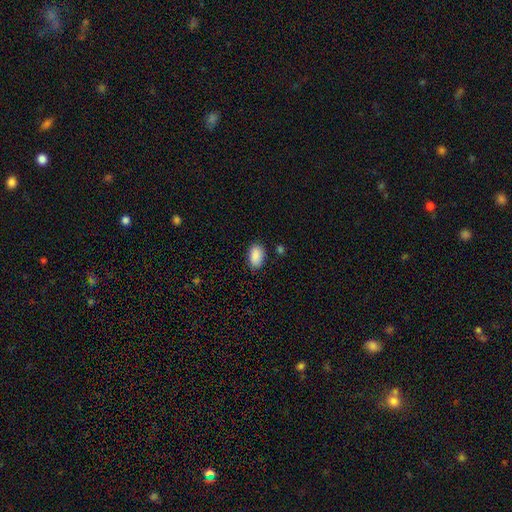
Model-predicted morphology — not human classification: type=smooth (89%); roundness=in between (92%); merging=none (84%).